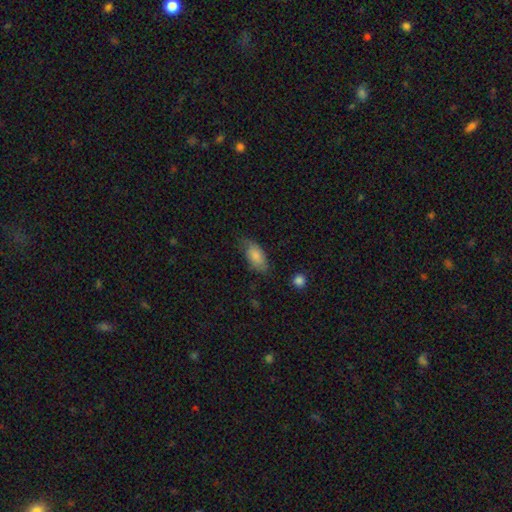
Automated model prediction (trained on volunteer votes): Smooth or featured? smooth (80%)
How rounded? in between (91%)
Merging? none (62%)